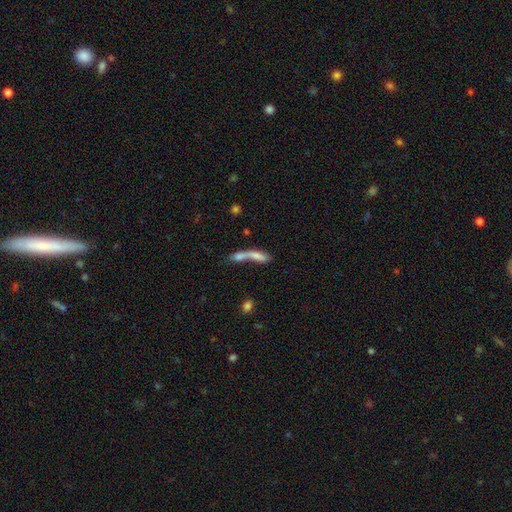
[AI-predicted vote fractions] This is likely a smooth galaxy (66%). How rounded: possibly cigar-shaped (59%). Merging: likely merger (68%).